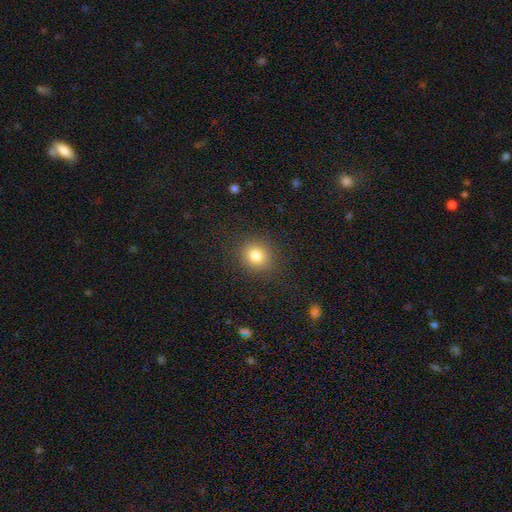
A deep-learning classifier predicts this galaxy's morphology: smooth_or_featured: smooth (p=0.81) [alt: star or artifact p=0.12]
how_rounded: round (p=0.83) [alt: in between p=0.17]
merging: none (p=0.88) [alt: minor disturbance p=0.08]